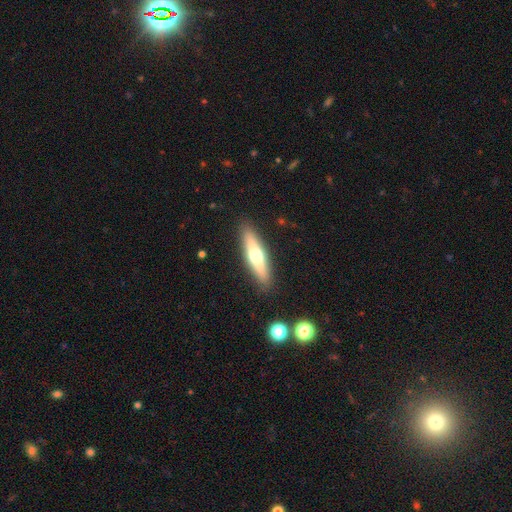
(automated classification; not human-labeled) Smooth or featured? smooth (49%)
Merging? none (89%)